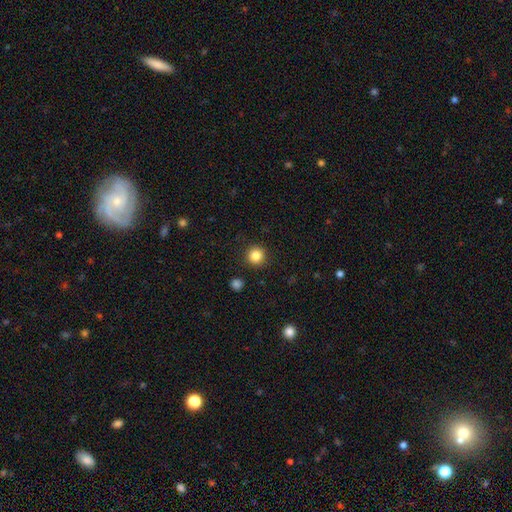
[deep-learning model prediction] This is clearly a smooth galaxy (84%). How rounded: clearly round (95%). Merging: clearly none (91%).